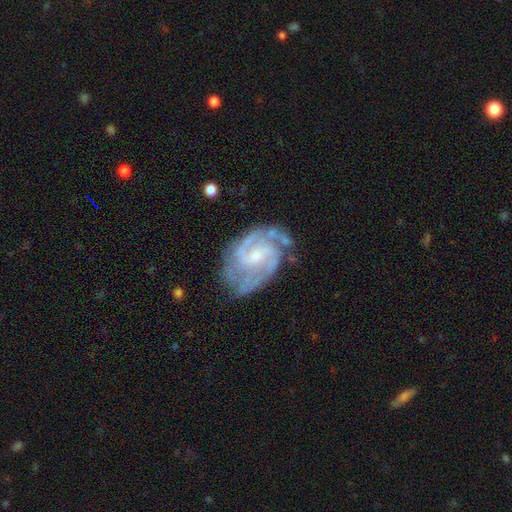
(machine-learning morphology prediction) Overall: featured or disk (90%). Edge-on disk: no (97%). Bar: weak (49%; no 39%). Spiral arms: yes (97%). Spiral arm count: 2 (56%; 3 21%). Spiral winding: medium (46%; tight 45%). Bulge size: small (59%; moderate 32%). Merging: none (67%).